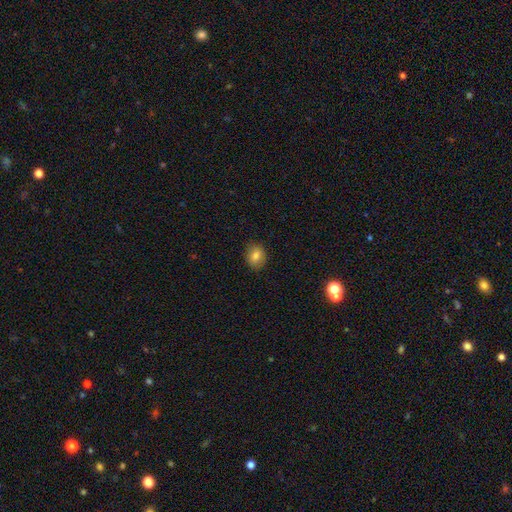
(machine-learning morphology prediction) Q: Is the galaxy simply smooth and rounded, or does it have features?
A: smooth — 79%.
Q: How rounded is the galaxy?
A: round — 54%.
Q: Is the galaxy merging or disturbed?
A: none — 86%.